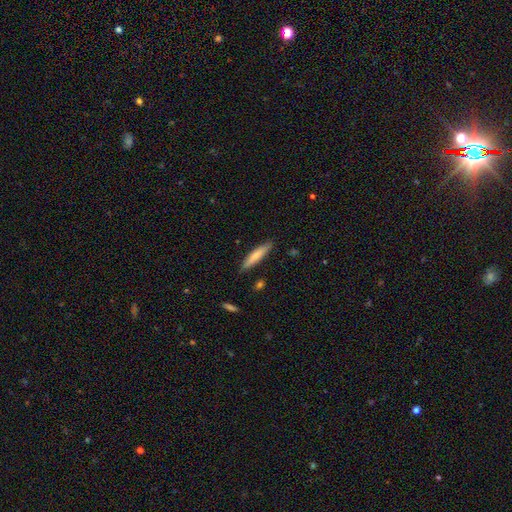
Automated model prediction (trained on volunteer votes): A smooth galaxy with no disk features (72%) that is cigar-shaped (87%). Merging: none (87%).